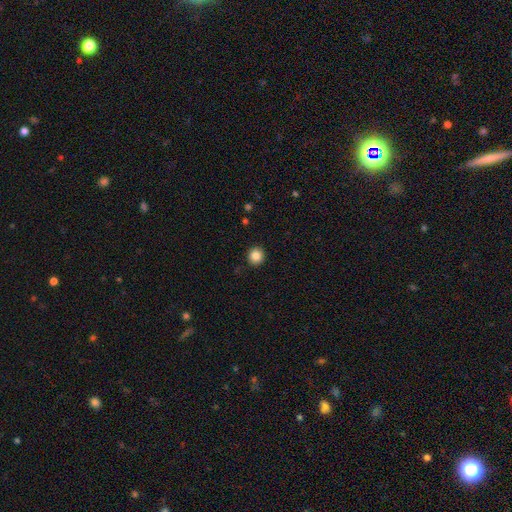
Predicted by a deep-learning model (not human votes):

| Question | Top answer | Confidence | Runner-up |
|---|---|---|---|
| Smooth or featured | smooth | 85% | star or artifact (10%) |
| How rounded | round | 94% | in between (6%) |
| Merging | none | 92% | minor disturbance (5%) |